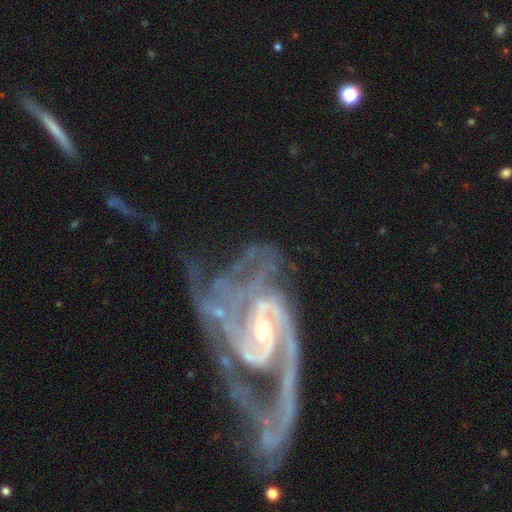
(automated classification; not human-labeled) Overall: featured or disk (90%). Edge-on disk: no (97%). Bar: weak (42%; no 39%). Spiral arms: yes (97%). Spiral arm count: 2 (48%; 3 19%). Spiral winding: medium (46%; tight 42%). Bulge size: small (62%; moderate 30%). Merging: none (34%; major disturbance 28%).